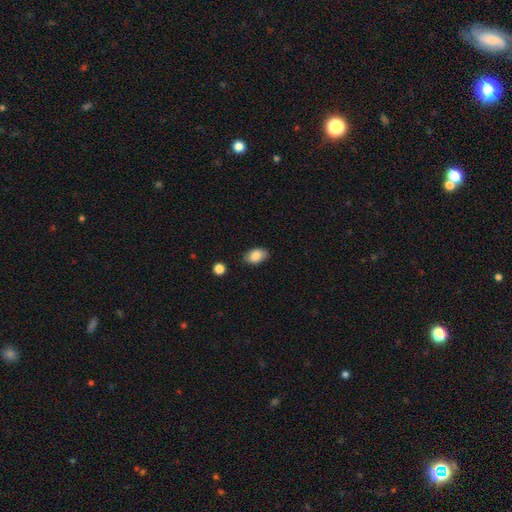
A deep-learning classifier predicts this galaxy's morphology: A smooth galaxy with no disk features (87%) that is in between round and cigar-shaped (87%).

Vote fractions:
- Smooth or featured? smooth: 87% / star or artifact: 8% / featured or disk: 6%
- How rounded? in between: 87% / round: 12% / cigar-shaped: 1%
- Merging? none: 83% / minor disturbance: 13% / major disturbance: 3% / merger: 2%